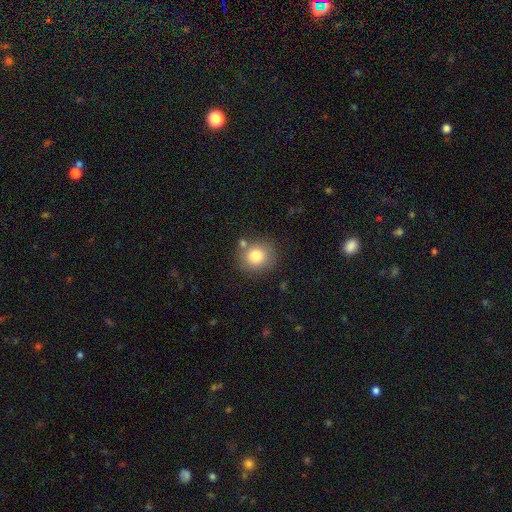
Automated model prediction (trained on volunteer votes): This is likely a smooth galaxy (80%). How rounded: clearly round (83%). Merging: likely none (75%).